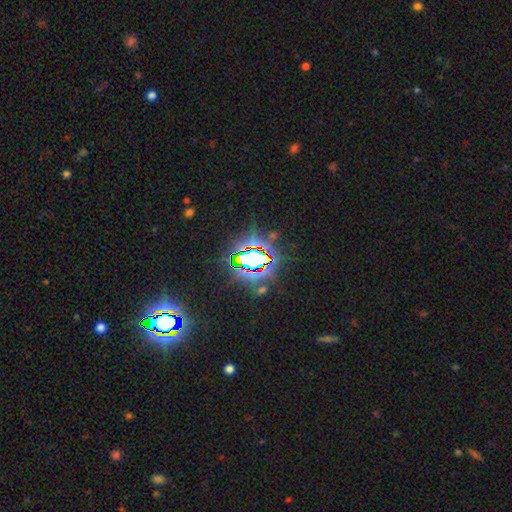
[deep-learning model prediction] Smooth or featured: star or artifact — 78% (smooth — 12%)